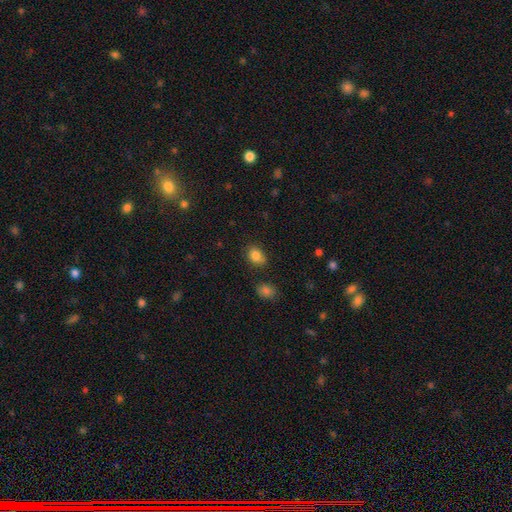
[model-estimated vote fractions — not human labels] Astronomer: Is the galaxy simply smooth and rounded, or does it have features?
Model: smooth — 84%.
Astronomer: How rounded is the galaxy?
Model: in between — 66%.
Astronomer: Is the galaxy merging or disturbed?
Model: none — 77%.